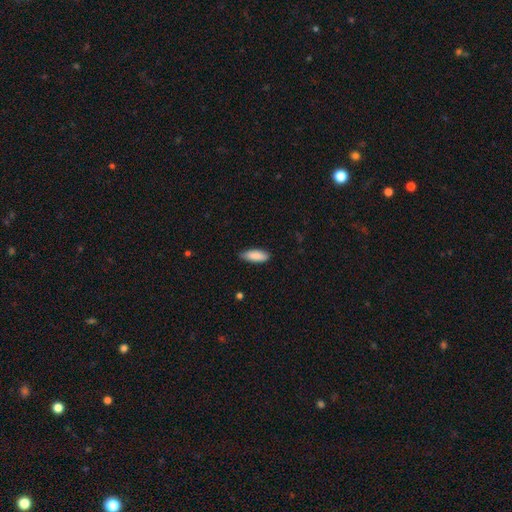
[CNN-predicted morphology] smooth_or_featured: smooth (p=0.88) [alt: star or artifact p=0.06]
how_rounded: in between (p=0.75) [alt: cigar-shaped p=0.24]
merging: none (p=0.78) [alt: minor disturbance p=0.19]